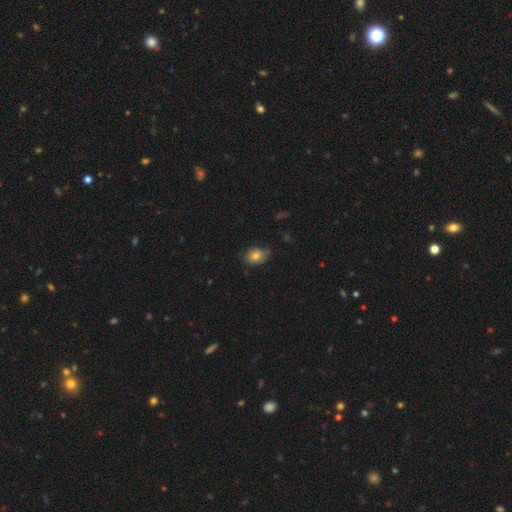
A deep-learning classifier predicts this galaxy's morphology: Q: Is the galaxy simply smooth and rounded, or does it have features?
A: smooth — 79%.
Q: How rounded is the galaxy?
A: in between — 73%.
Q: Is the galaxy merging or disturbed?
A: none — 73%.